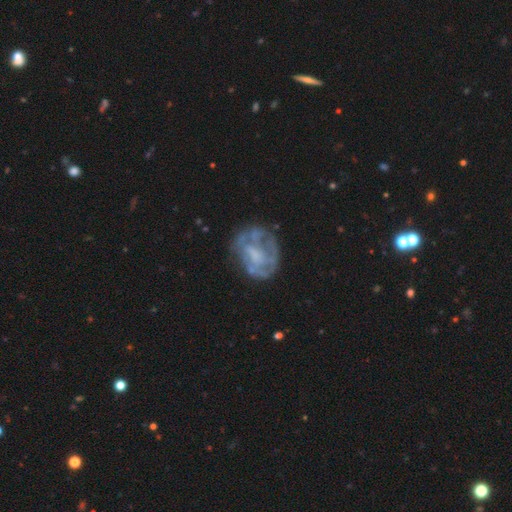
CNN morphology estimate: Smooth or featured? Predicted: featured or disk (p=0.71). Edge-on disk? Predicted: no (p=0.97). Bar? Predicted: no (p=0.63). Spiral arms? Predicted: yes (p=0.51). Bulge size? Predicted: none (p=0.42). Merging? Predicted: none (p=0.57).